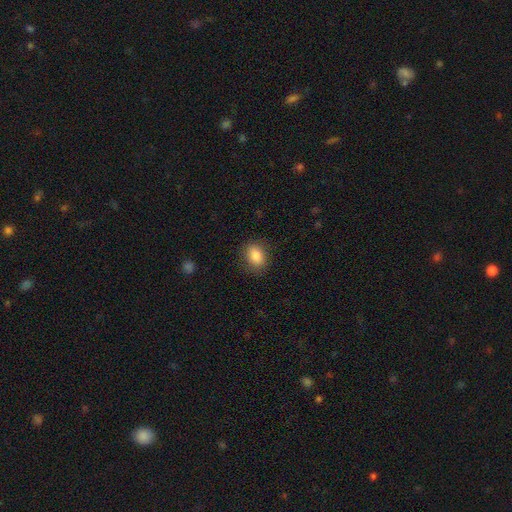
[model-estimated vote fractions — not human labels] Smooth or featured: smooth — 87% (star or artifact — 9%)
How rounded: in between — 69% (round — 30%)
Merging: none — 84% (minor disturbance — 12%)